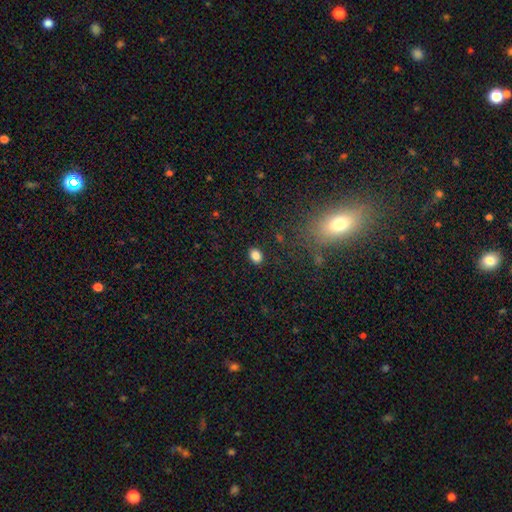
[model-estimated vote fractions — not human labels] This is clearly a smooth galaxy (85%). How rounded: likely in between (69%). Merging: clearly none (88%).